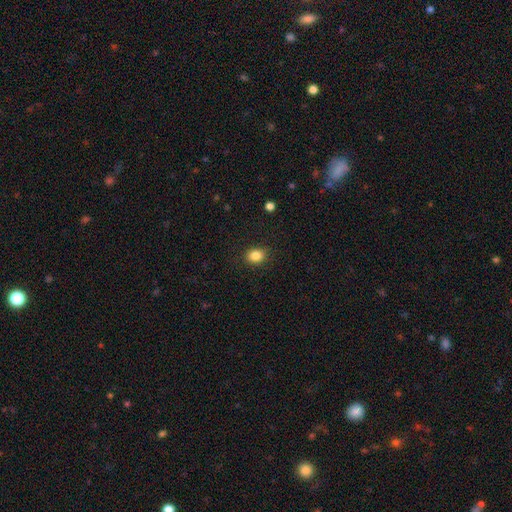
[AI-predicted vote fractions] smooth_or_featured: smooth (p=0.85) [alt: star or artifact p=0.10]
how_rounded: round (p=0.53) [alt: in between p=0.46]
merging: none (p=0.87) [alt: minor disturbance p=0.10]